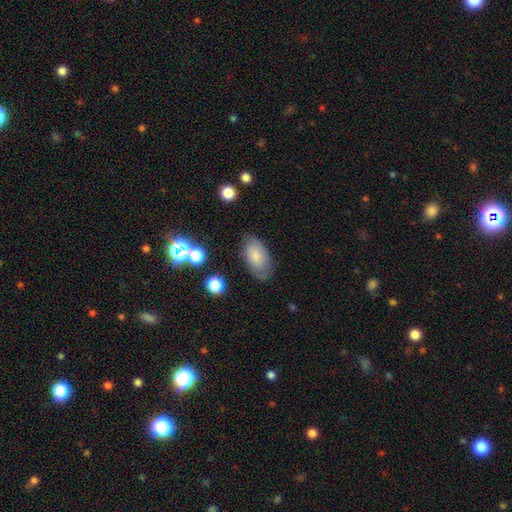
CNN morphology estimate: Q: Smooth or featured?
A: smooth (74%); runner-up: featured or disk (18%)
Q: How rounded?
A: in between (94%); runner-up: round (4%)
Q: Merging?
A: none (75%); runner-up: minor disturbance (18%)